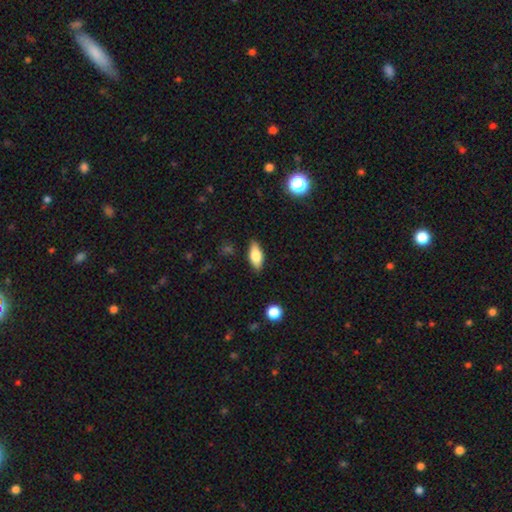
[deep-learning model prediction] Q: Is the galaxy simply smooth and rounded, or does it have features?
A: smooth — 73%.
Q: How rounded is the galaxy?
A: in between — 81%.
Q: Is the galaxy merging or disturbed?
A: none — 85%.